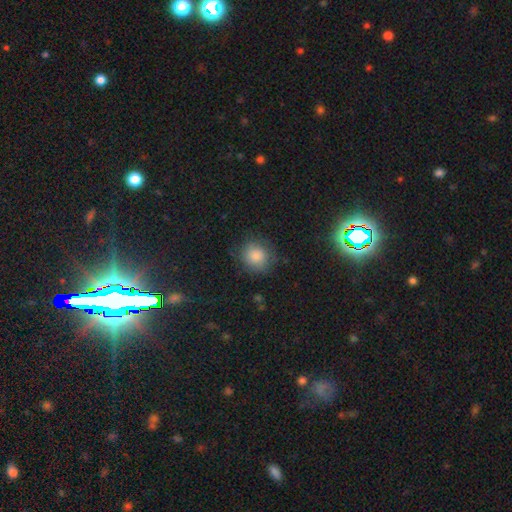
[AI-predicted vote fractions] Smooth or featured: smooth — 78% (star or artifact — 15%)
How rounded: round — 81% (in between — 18%)
Merging: none — 79% (minor disturbance — 15%)